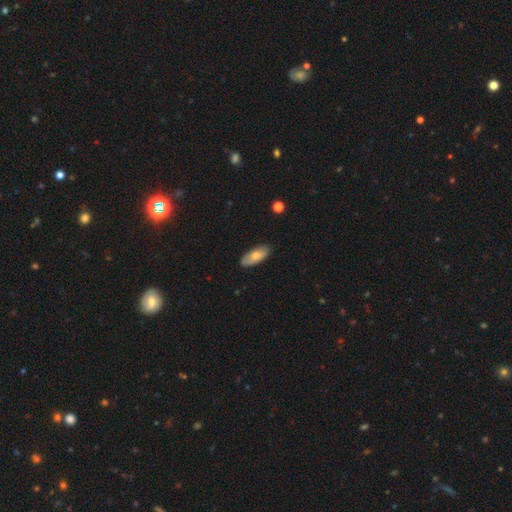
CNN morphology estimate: smooth_or_featured: smooth (p=0.67) [alt: featured or disk p=0.27]
how_rounded: in between (p=0.86) [alt: cigar-shaped p=0.12]
merging: none (p=0.83) [alt: minor disturbance p=0.13]